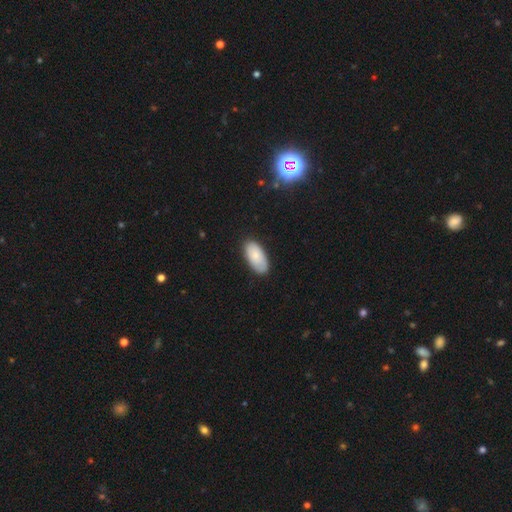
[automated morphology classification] smooth-or-featured: smooth: 80% | featured or disk: 14% | star or artifact: 6%
  how-rounded: in between: 94% | cigar-shaped: 4% | round: 2%
  merging: none: 83% | minor disturbance: 13% | major disturbance: 2% | merger: 1%